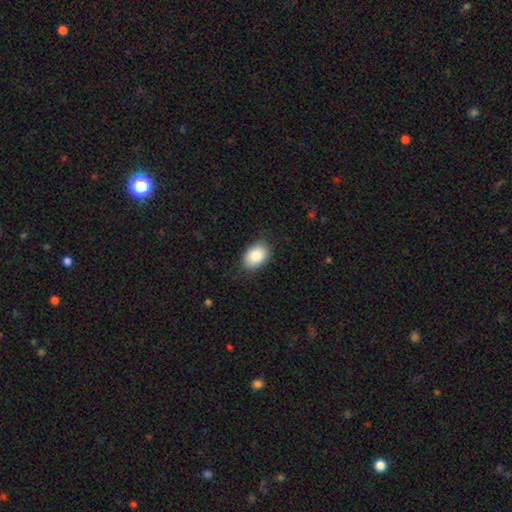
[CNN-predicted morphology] smooth_or_featured: smooth (p=0.86) [alt: featured or disk p=0.07]
how_rounded: in between (p=0.80) [alt: round p=0.19]
merging: none (p=0.80) [alt: minor disturbance p=0.15]